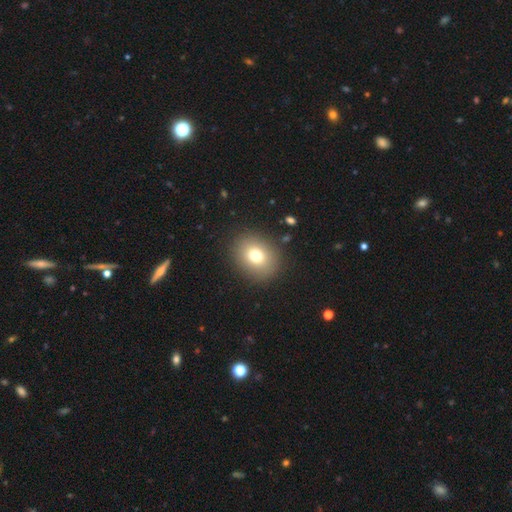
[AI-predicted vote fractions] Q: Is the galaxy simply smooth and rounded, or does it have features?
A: smooth — 76%.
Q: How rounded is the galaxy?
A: round — 60%.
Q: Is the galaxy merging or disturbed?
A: none — 89%.